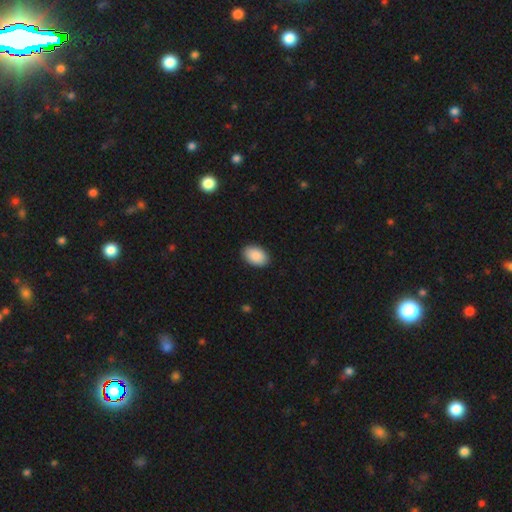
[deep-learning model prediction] Smooth or featured? smooth (91%)
How rounded? in between (90%)
Merging? none (90%)